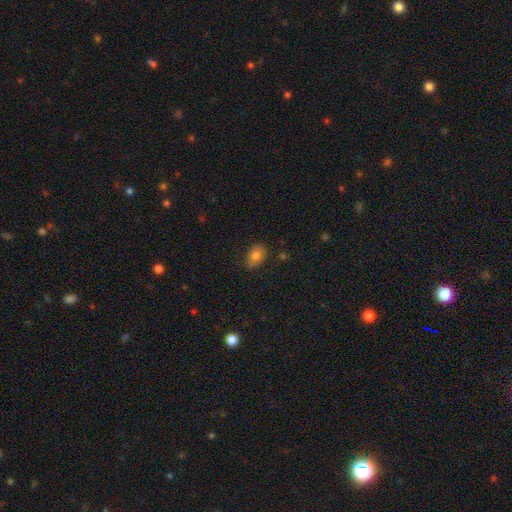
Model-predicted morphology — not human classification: The model was most divided on "smooth or featured": smooth: 79%, featured or disk: 12%, star or artifact: 9%. More confident: how rounded — in between (86%); merging — none (81%).